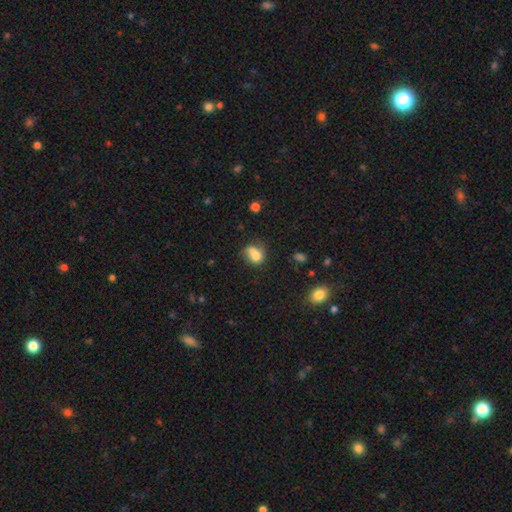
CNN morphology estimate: This is likely a smooth galaxy (75%). How rounded: possibly in between (57%). Merging: marginally none (42%).